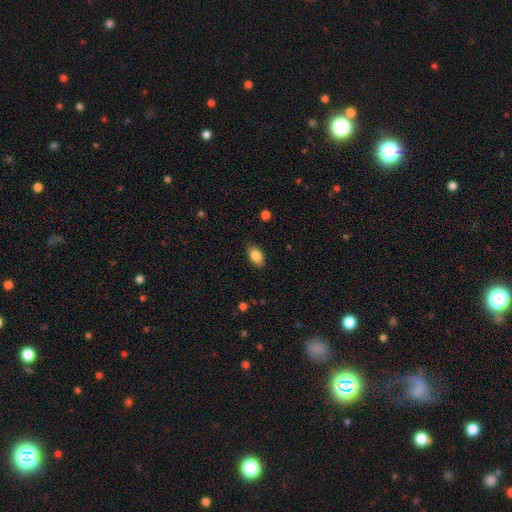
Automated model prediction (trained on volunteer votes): Smooth or featured?
  - smooth: 86% *
  - star or artifact: 8%
  - featured or disk: 6%
How rounded?
  - in between: 89% *
  - round: 9%
  - cigar-shaped: 2%
Merging?
  - none: 85% *
  - minor disturbance: 12%
  - major disturbance: 3%
  - merger: 1%